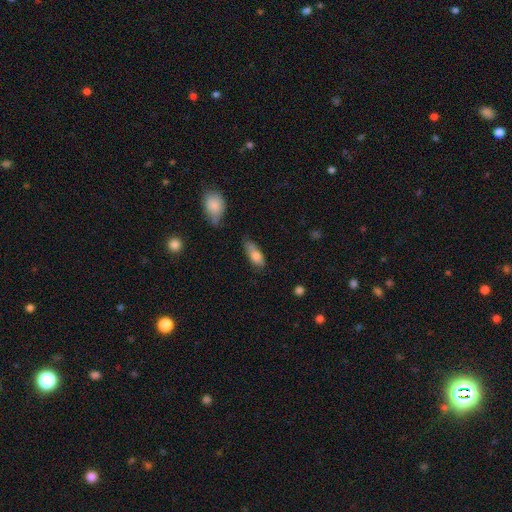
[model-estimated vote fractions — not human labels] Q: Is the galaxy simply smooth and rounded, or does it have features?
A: smooth — 77%.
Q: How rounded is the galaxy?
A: in between — 71%.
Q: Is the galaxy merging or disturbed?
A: none — 45%.